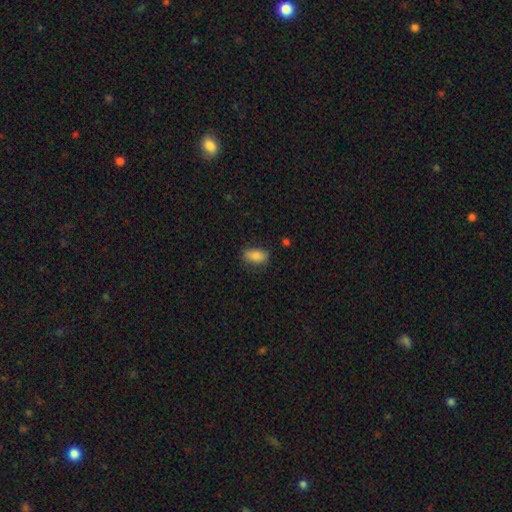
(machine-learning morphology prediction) Smooth or featured?
  - smooth: 84% *
  - star or artifact: 8%
  - featured or disk: 8%
How rounded?
  - in between: 90% *
  - round: 6%
  - cigar-shaped: 4%
Merging?
  - none: 80% *
  - minor disturbance: 15%
  - major disturbance: 3%
  - merger: 1%